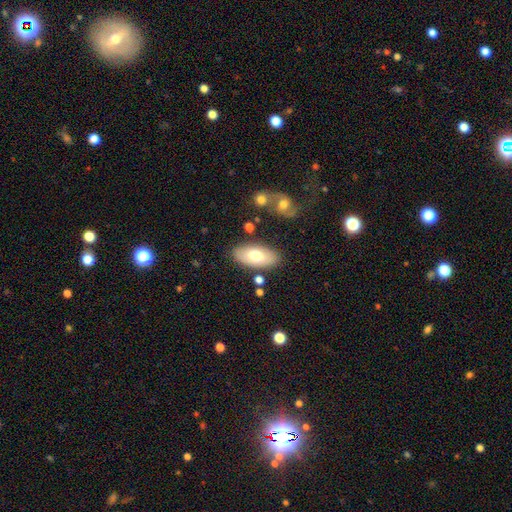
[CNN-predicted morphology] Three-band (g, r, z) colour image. It shows a smooth galaxy with no disk features (69%) that is in between round and cigar-shaped (92%). Merging: none (81%).